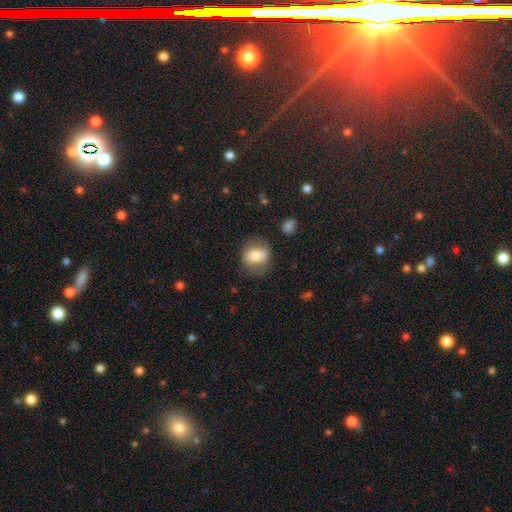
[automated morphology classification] smooth-or-featured: smooth: 72% | featured or disk: 21% | star or artifact: 8%
  how-rounded: in between: 54% | round: 45% | cigar-shaped: 2%
  merging: none: 70% | minor disturbance: 19% | major disturbance: 9% | merger: 2%